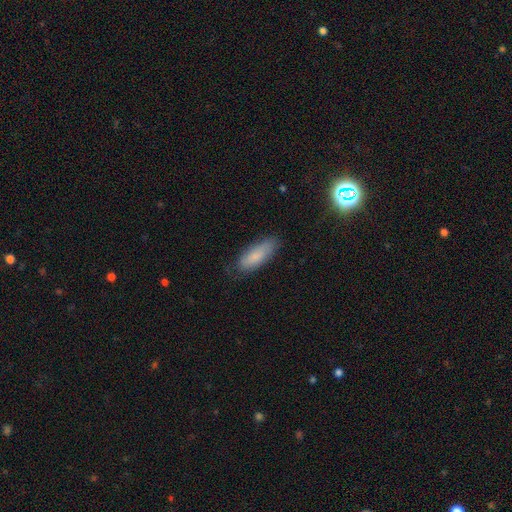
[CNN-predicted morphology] Smooth or featured? smooth (81%)
How rounded? in between (62%)
Merging? none (75%)